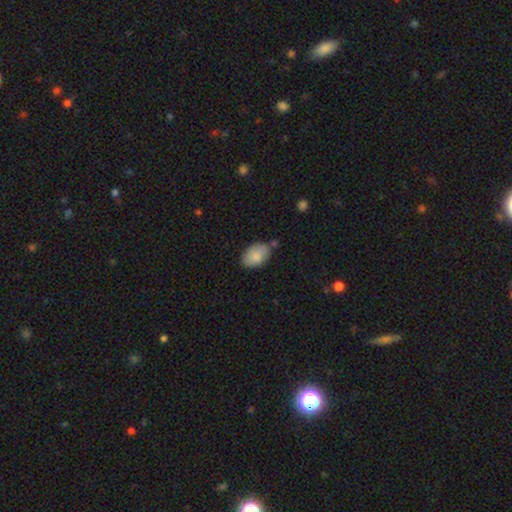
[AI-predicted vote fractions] This is clearly a smooth galaxy (85%). How rounded: clearly in between (89%). Merging: likely none (65%).